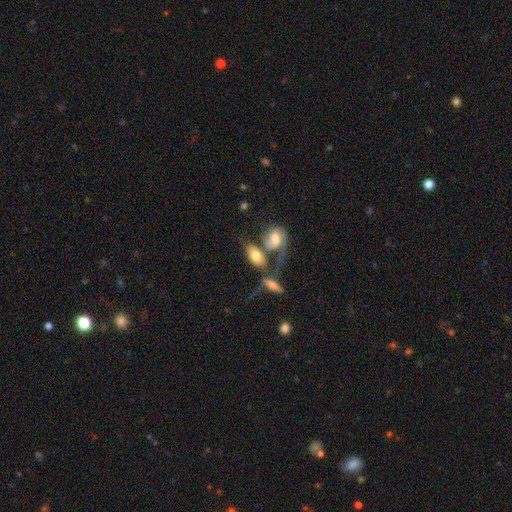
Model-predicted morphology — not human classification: smooth_or_featured: smooth (p=0.61) [alt: featured or disk p=0.31]
how_rounded: in between (p=0.88) [alt: round p=0.07]
merging: merger (p=0.53) [alt: none p=0.24]